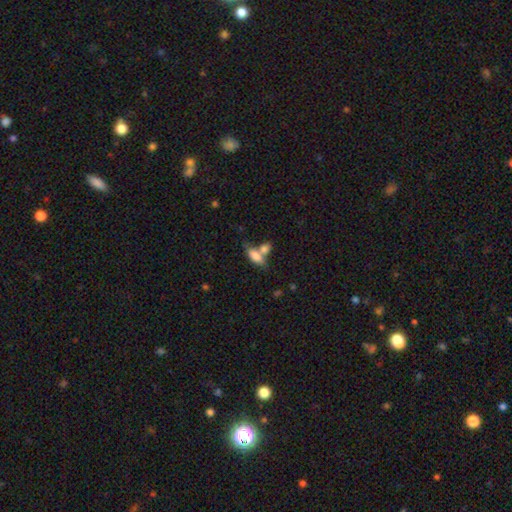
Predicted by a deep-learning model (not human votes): The model was most divided on "merging": merger: 47%, none: 37%, minor disturbance: 11%, major disturbance: 5%. More confident: smooth or featured — smooth (79%); how rounded — in between (78%).